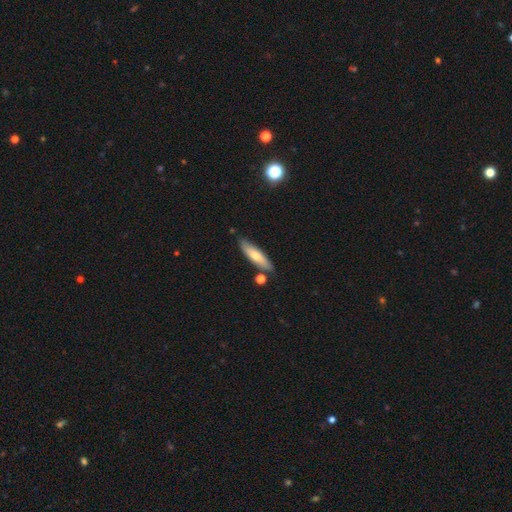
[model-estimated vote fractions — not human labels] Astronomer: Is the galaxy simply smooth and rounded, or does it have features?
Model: smooth — 67%.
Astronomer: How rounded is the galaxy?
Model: cigar-shaped — 66%.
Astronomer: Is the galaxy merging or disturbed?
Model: none — 80%.